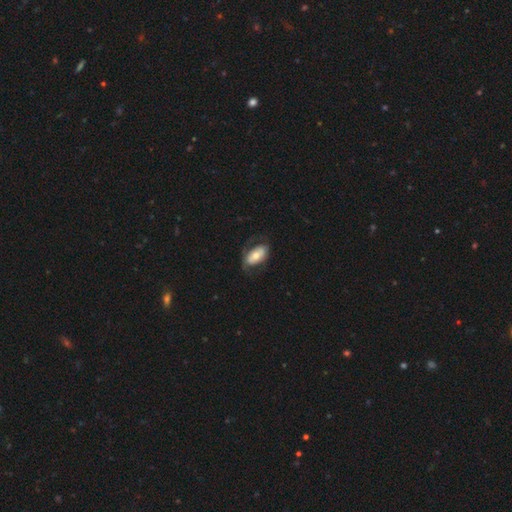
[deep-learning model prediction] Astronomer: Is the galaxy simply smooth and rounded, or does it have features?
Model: smooth — 53% (runner-up: featured or disk, 40%).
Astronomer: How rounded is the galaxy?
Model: in between — 92%.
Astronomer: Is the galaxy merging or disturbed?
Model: none — 61%.